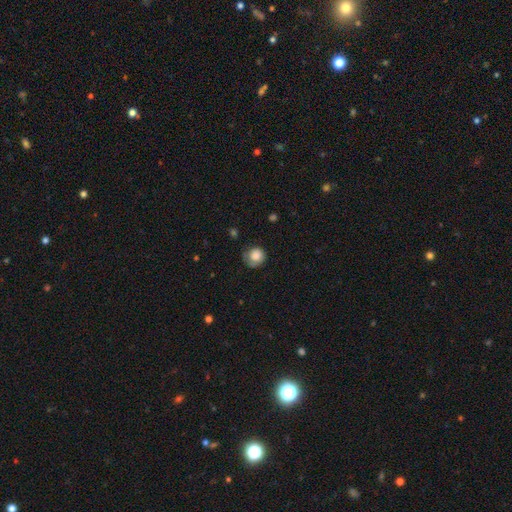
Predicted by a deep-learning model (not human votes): Smooth or featured? smooth (81%)
How rounded? round (87%)
Merging? none (58%)